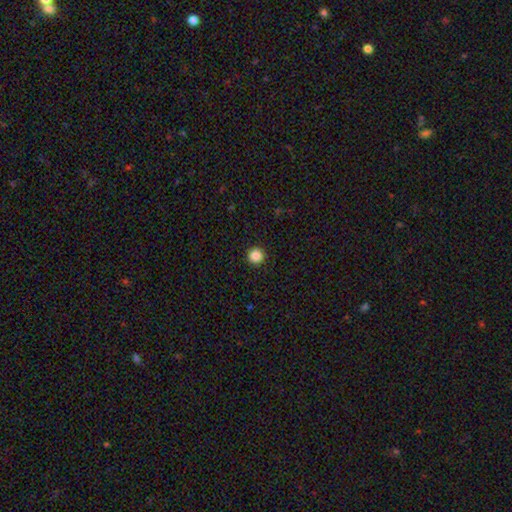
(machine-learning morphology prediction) smooth-or-featured: smooth: 87% | star or artifact: 10% | featured or disk: 3%
  how-rounded: round: 96% | in between: 3% | cigar-shaped: 1%
  merging: none: 94% | minor disturbance: 4% | major disturbance: 1% | merger: 1%